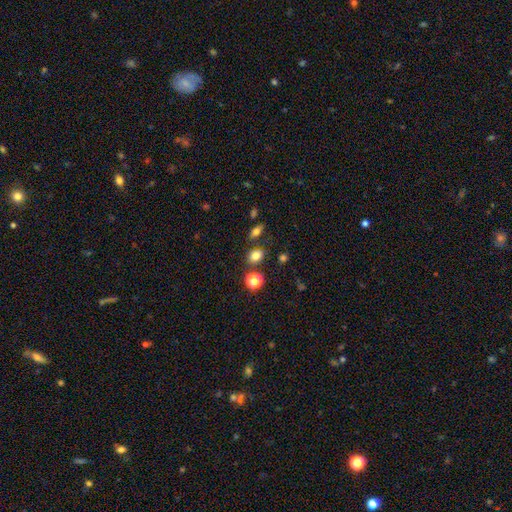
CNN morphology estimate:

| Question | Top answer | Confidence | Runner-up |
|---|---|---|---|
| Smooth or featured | smooth | 78% | star or artifact (14%) |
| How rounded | in between | 57% | round (41%) |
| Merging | none | 75% | minor disturbance (11%) |